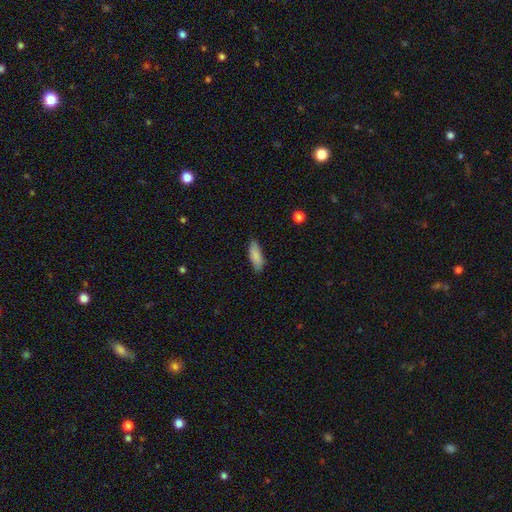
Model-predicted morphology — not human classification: Smooth or featured? Predicted: smooth (p=0.86). How rounded? Predicted: in between (p=0.60). Merging? Predicted: none (p=0.85).